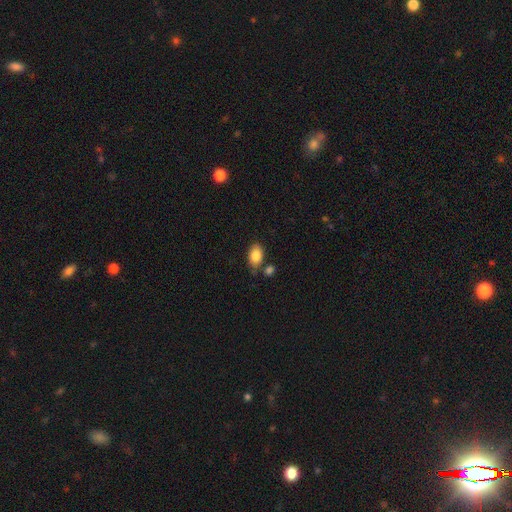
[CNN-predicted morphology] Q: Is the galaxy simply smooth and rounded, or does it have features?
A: smooth — 85%.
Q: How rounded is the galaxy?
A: in between — 89%.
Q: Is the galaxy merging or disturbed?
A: none — 66%.